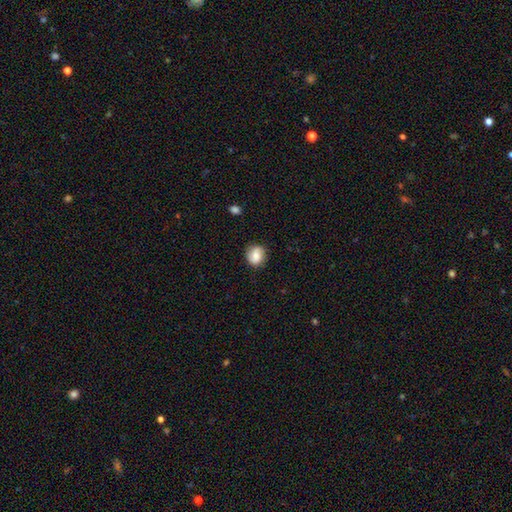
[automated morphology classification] Smooth or featured? Predicted: smooth (p=0.75). How rounded? Predicted: round (p=0.71). Merging? Predicted: none (p=0.76).